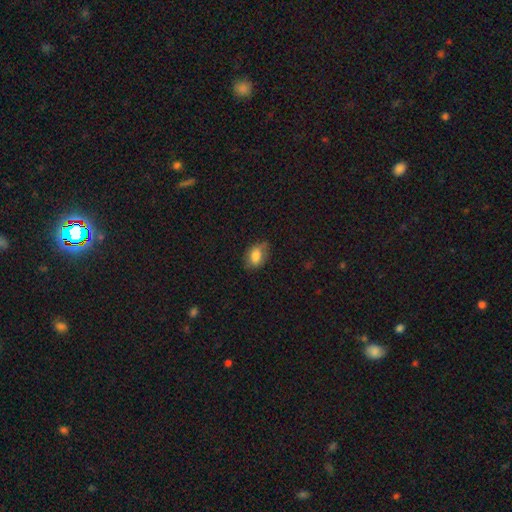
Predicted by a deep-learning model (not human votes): A smooth galaxy with no disk features (81%) that is in between round and cigar-shaped (78%). Merging: none (65%).